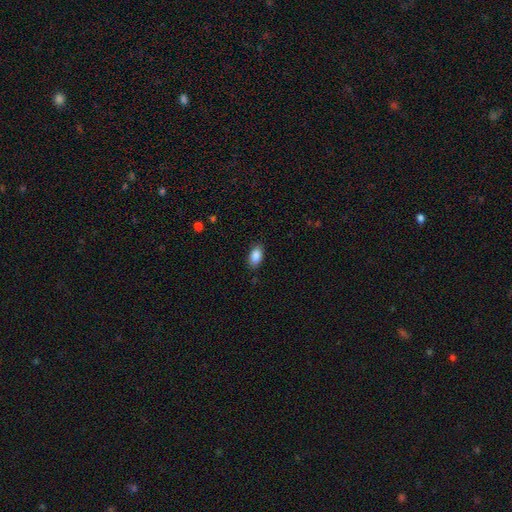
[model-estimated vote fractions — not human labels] This appears to be a smooth galaxy with no disk features (88%) that is in between round and cigar-shaped (93%). Merging: none (86%).